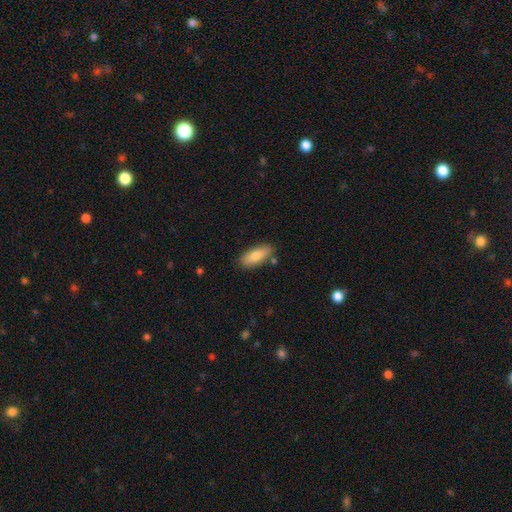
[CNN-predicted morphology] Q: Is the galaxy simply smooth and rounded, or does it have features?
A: smooth — 80%.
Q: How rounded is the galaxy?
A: in between — 77%.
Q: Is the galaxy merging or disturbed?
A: none — 81%.